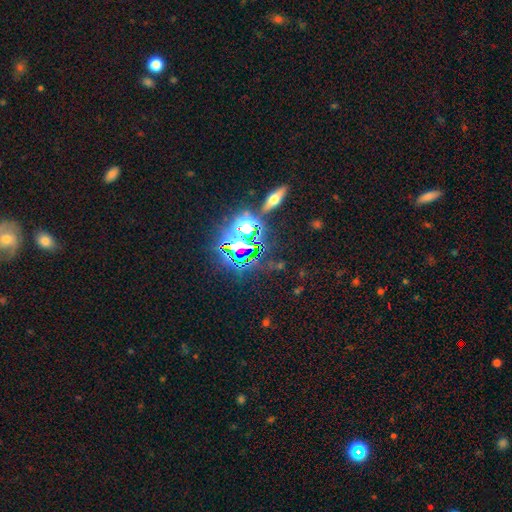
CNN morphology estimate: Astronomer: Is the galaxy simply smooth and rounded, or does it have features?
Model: star or artifact — 82%.